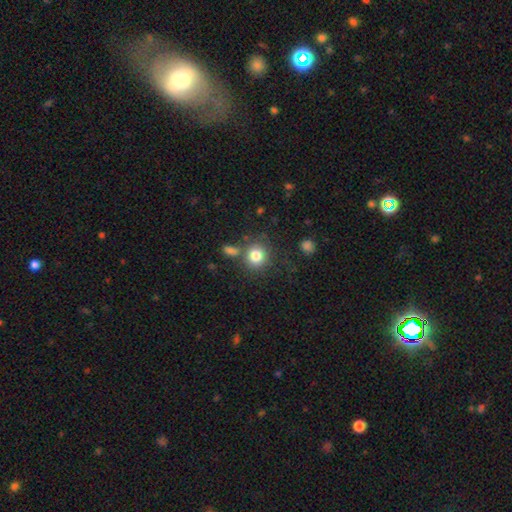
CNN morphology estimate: Overall: smooth (82%). How rounded: round (89%). Merging: none (75%).